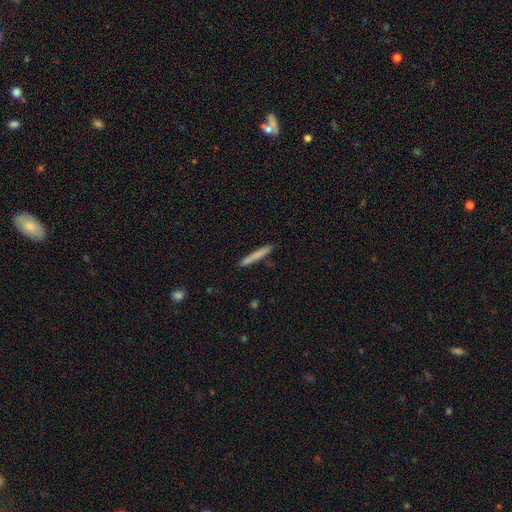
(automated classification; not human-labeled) smooth-or-featured: smooth: 74% | featured or disk: 20% | star or artifact: 6%
  how-rounded: cigar-shaped: 96% | in between: 3% | round: 1%
  merging: none: 89% | minor disturbance: 8% | merger: 2% | major disturbance: 2%